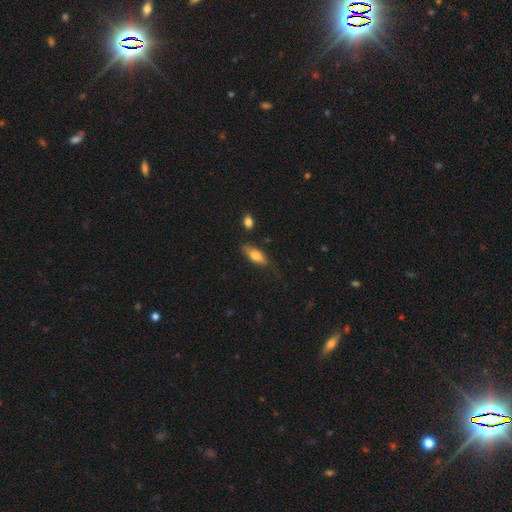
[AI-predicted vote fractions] This appears to be a smooth galaxy with no disk features (69%) that is in between round and cigar-shaped (71%). Merging: none (72%).